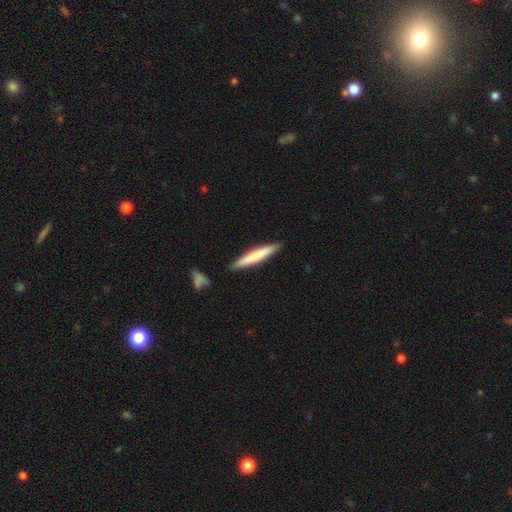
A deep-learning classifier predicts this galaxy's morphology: This appears to be a smooth galaxy with no disk features (71%) that is cigar-shaped (94%). Merging: none (88%).